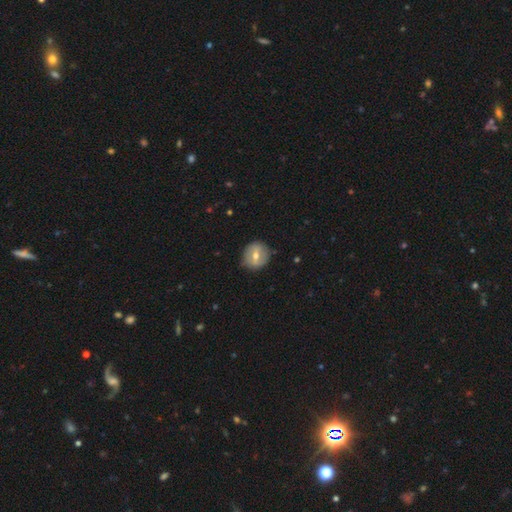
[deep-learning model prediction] Q: Smooth or featured?
A: smooth (49%); runner-up: featured or disk (42%)
Q: Merging?
A: none (85%); runner-up: minor disturbance (11%)